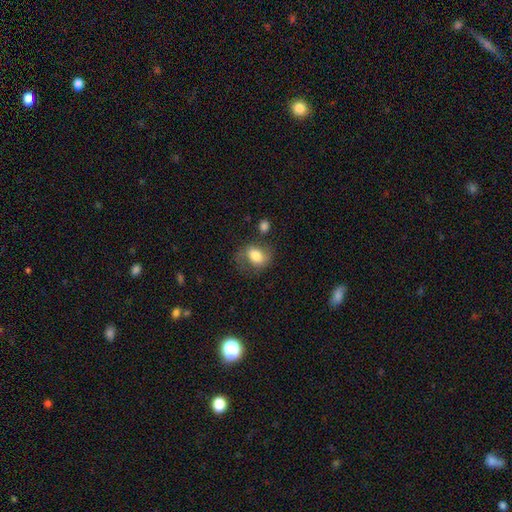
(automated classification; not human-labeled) Smooth or featured?
  - smooth: 70% *
  - featured or disk: 22%
  - star or artifact: 8%
How rounded?
  - in between: 67% *
  - round: 31%
  - cigar-shaped: 1%
Merging?
  - none: 53% *
  - minor disturbance: 24%
  - major disturbance: 15%
  - merger: 8%